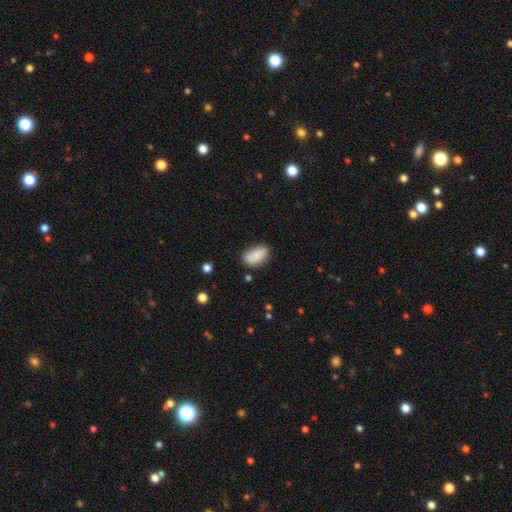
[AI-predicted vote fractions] smooth 79%, featured or disk 14%, star or artifact 7%. Down the decision tree: how rounded — in between (91%); merging — none (69%).